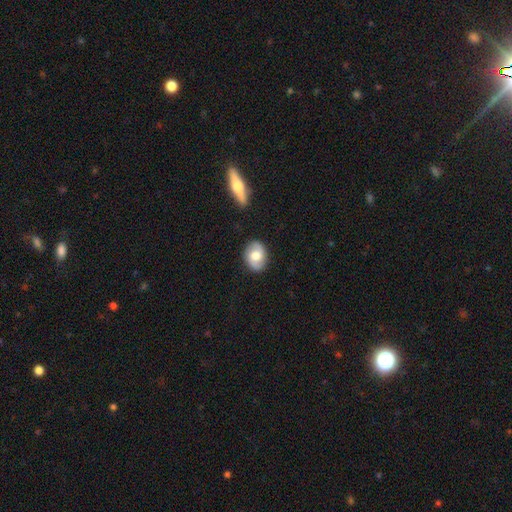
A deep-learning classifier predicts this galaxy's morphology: featured or disk 51%, smooth 43%, star or artifact 7%. Down the decision tree: edge-on disk — no (95%); merging — none (85%).